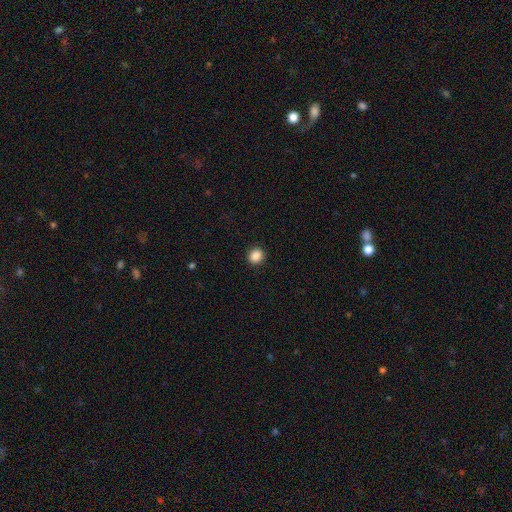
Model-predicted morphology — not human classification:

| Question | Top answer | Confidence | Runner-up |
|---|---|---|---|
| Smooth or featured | smooth | 87% | star or artifact (10%) |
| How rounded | round | 88% | in between (11%) |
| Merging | none | 92% | minor disturbance (5%) |